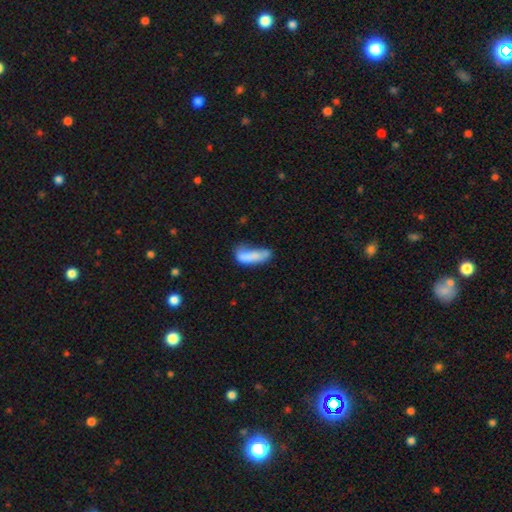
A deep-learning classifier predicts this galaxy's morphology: Smooth or featured: smooth — 73% (featured or disk — 18%)
How rounded: in between — 59% (cigar-shaped — 39%)
Merging: none — 31% (minor disturbance — 30%)